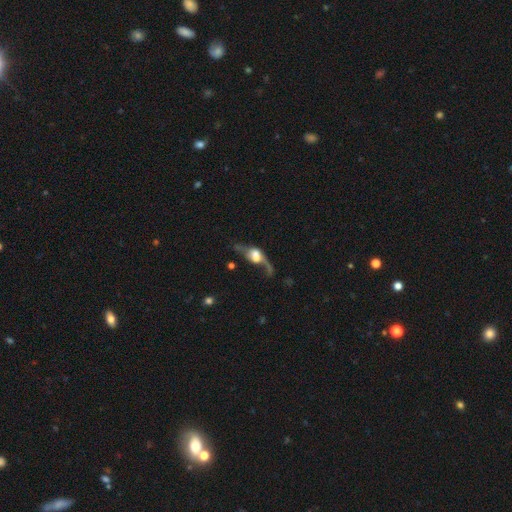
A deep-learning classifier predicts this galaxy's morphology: This appears to be a featured or disk galaxy (61%). Merging: major disturbance (44%).